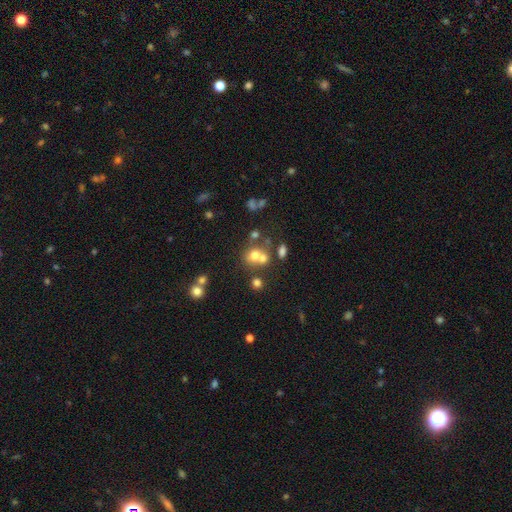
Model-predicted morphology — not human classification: Q: Smooth or featured?
A: smooth (64%); runner-up: featured or disk (20%)
Q: How rounded?
A: round (72%); runner-up: in between (27%)
Q: Merging?
A: merger (46%); runner-up: none (39%)